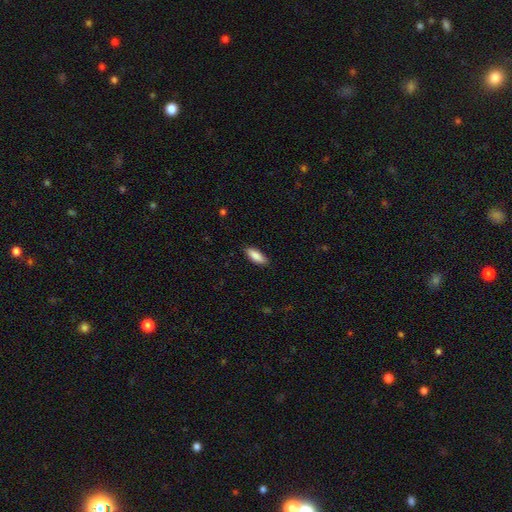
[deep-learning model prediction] smooth-or-featured: smooth: 88% | featured or disk: 6% | star or artifact: 6%
  how-rounded: in between: 72% | cigar-shaped: 26% | round: 2%
  merging: none: 87% | minor disturbance: 10% | major disturbance: 2% | merger: 1%